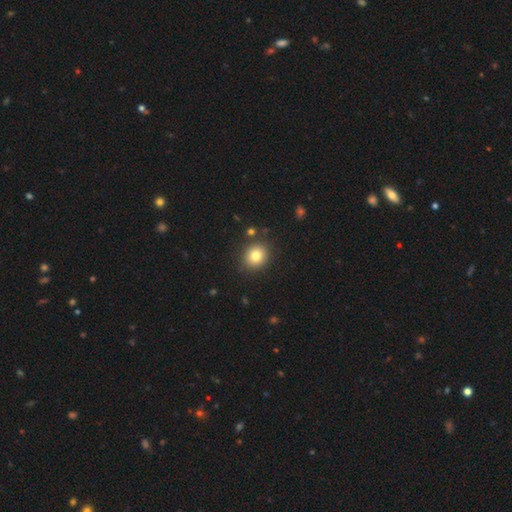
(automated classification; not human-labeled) Morphology: type=smooth (80%); roundness=round (76%); merging=none (87%).